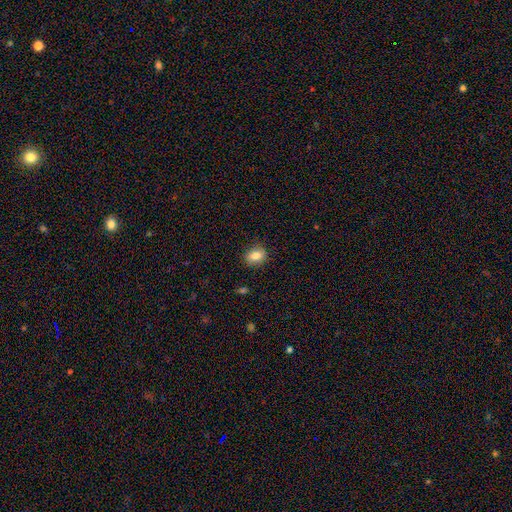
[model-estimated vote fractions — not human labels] Overall: smooth (82%). How rounded: in between (54%; round 44%). Merging: none (85%).